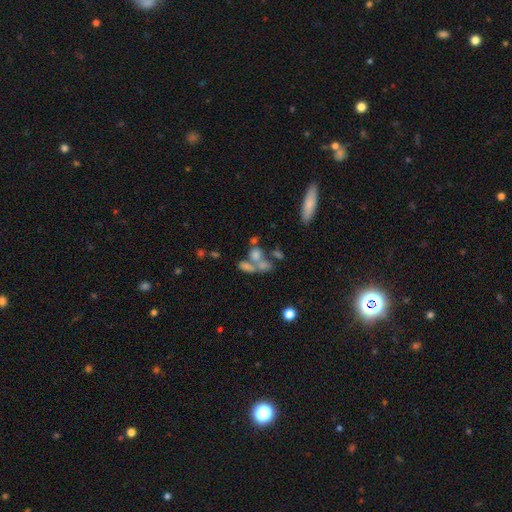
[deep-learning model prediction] Smooth or featured? smooth (57%)
How rounded? in between (53%)
Merging? merger (51%)